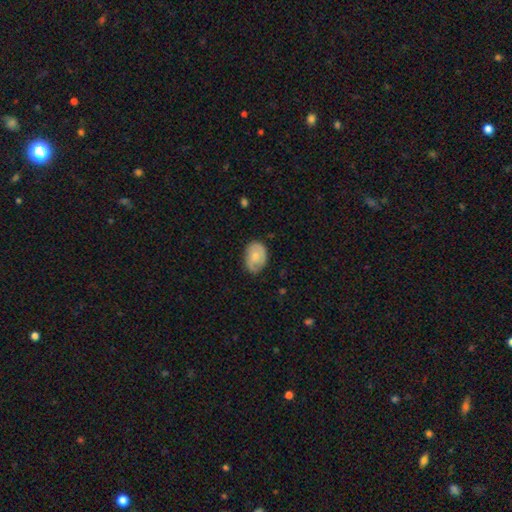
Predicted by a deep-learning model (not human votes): Q: Smooth or featured?
A: smooth (62%); runner-up: featured or disk (31%)
Q: How rounded?
A: in between (74%); runner-up: round (25%)
Q: Merging?
A: none (71%); runner-up: minor disturbance (23%)